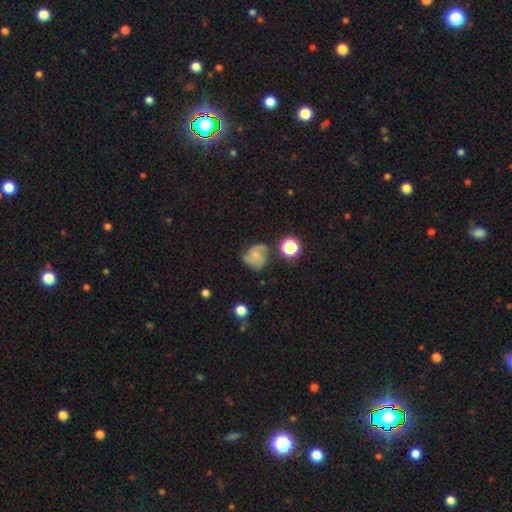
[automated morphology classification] This is possibly a featured or disk galaxy (57%). It is clearly not viewed edge-on (98%). Bar: likely no (73%). Spiral arm pattern: clearly yes (87%). Central bulge: marginally small (45%). Merging: possibly none (56%).